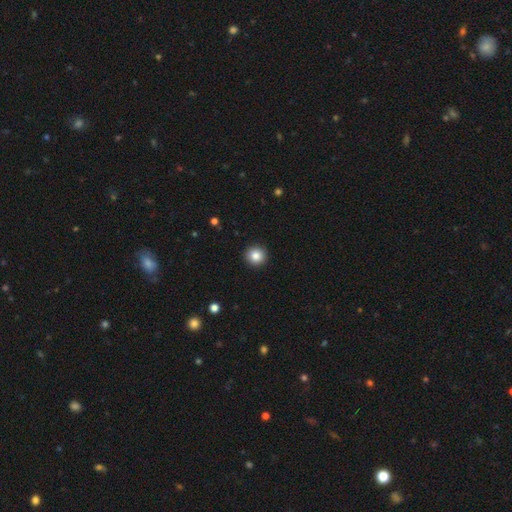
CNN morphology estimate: This appears to be a smooth galaxy with no disk features (85%) that is round (94%). Merging: none (93%).